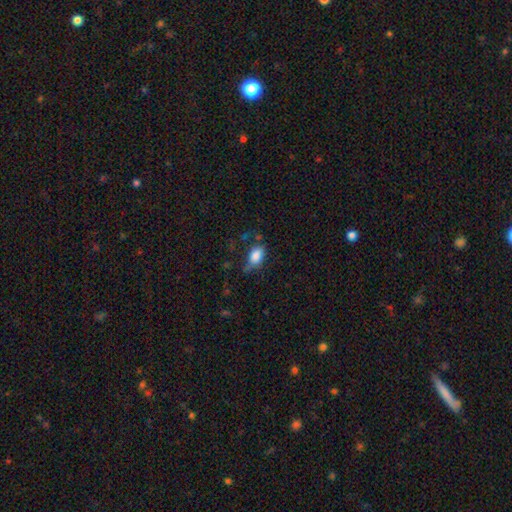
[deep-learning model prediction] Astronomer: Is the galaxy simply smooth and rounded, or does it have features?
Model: smooth — 84%.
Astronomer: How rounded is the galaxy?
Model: in between — 85%.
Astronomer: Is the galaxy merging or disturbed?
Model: none — 58%.